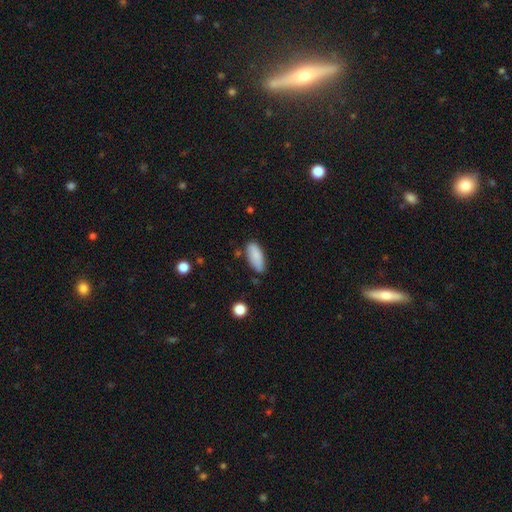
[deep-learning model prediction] smooth 87%, star or artifact 7%, featured or disk 7%. Down the decision tree: how rounded — in between (78%); merging — none (74%).